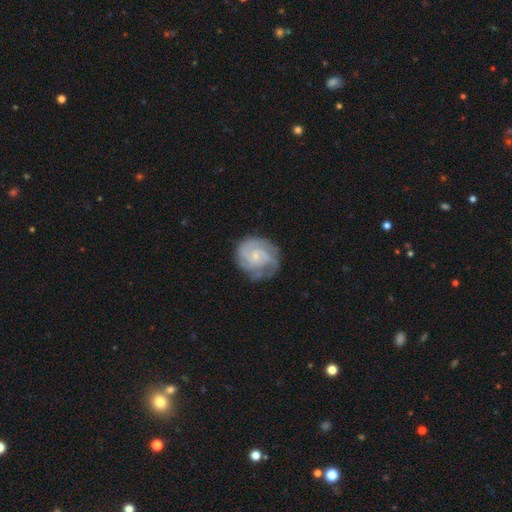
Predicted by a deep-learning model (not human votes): Smooth or featured? Predicted: featured or disk (p=0.80). Edge-on disk? Predicted: no (p=0.98). Bar? Predicted: no (p=0.70). Spiral arms? Predicted: yes (p=0.95). Spiral winding? Predicted: tight (p=0.56). Spiral arm count? Predicted: 3 (p=0.32). Bulge size? Predicted: small (p=0.72). Merging? Predicted: none (p=0.68).